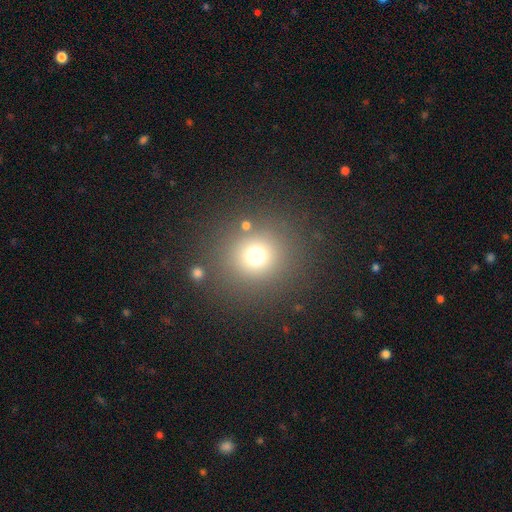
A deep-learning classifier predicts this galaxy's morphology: smooth_or_featured: smooth (p=0.71) [alt: star or artifact p=0.20]
how_rounded: round (p=0.92) [alt: in between p=0.07]
merging: none (p=0.83) [alt: minor disturbance p=0.07]